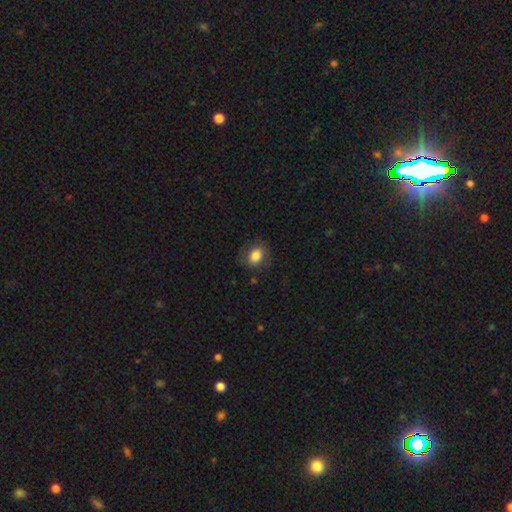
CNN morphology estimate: Smooth or featured? Predicted: smooth (p=0.81). How rounded? Predicted: in between (p=0.56). Merging? Predicted: none (p=0.77).